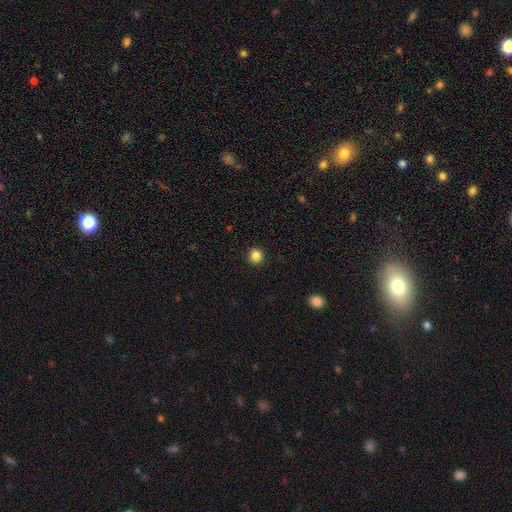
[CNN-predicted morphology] smooth 85%, star or artifact 11%, featured or disk 4%. Down the decision tree: how rounded — round (95%); merging — none (93%).